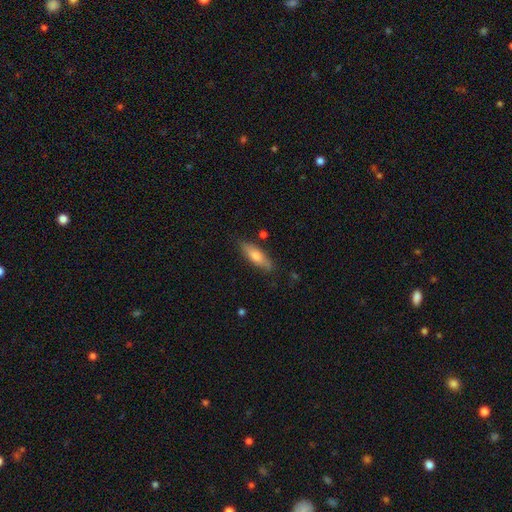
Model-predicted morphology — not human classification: This appears to be a smooth galaxy with no disk features (67%) that is cigar-shaped (53%). Merging: none (81%).